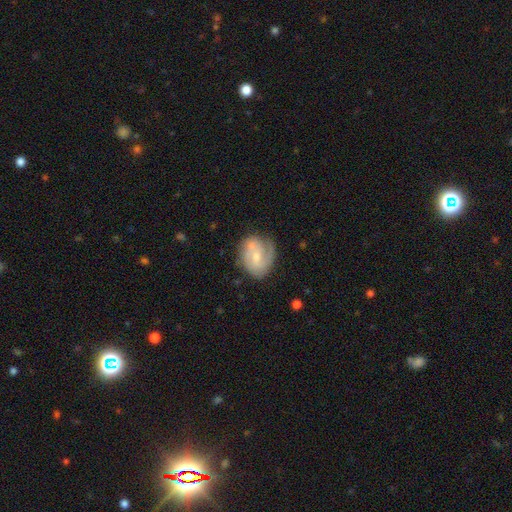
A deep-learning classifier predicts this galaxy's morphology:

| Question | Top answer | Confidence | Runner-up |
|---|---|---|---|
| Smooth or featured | featured or disk | 69% | smooth (25%) |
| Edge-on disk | no | 97% | yes (3%) |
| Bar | no | 51% | weak (40%) |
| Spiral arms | yes | 87% | no (13%) |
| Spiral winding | tight | 42% | medium (41%) |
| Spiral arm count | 2 | 50% | can't tell (20%) |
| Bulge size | small | 55% | moderate (39%) |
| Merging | none | 61% | minor disturbance (23%) |